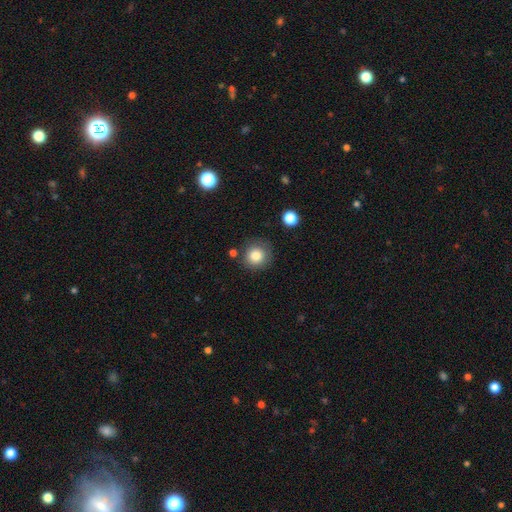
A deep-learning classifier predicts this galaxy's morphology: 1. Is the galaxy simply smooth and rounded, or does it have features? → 82% smooth, 10% star or artifact, 7% featured or disk.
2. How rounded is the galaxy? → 92% round, 7% in between, 1% cigar-shaped.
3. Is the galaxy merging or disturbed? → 81% none, 11% minor disturbance, 4% merger, 3% major disturbance.